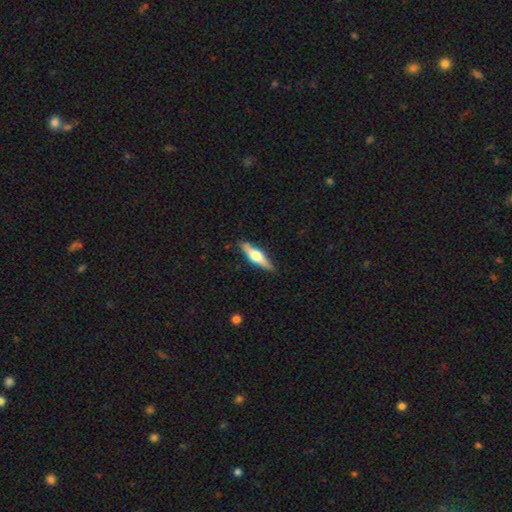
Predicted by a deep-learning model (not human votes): A featured or disk galaxy (60%) viewed edge-on (95%) with a rounded central bulge (89%).

Vote fractions:
- Smooth or featured? featured or disk: 60% / smooth: 34% / star or artifact: 5%
- Edge-on disk? yes: 95% / no: 5%
- Edge-on bulge? rounded: 89% / boxy: 8% / none: 3%
- Merging? none: 86% / minor disturbance: 10% / major disturbance: 2% / merger: 1%